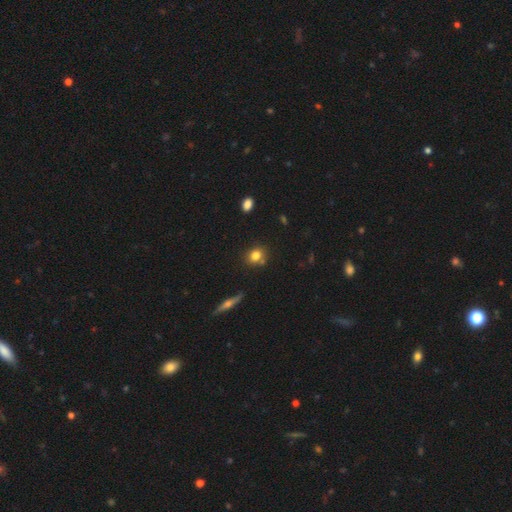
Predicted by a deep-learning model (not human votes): Smooth or featured?
  - smooth: 80% *
  - star or artifact: 11%
  - featured or disk: 9%
How rounded?
  - round: 73% *
  - in between: 25%
  - cigar-shaped: 2%
Merging?
  - none: 78% *
  - minor disturbance: 12%
  - merger: 7%
  - major disturbance: 3%